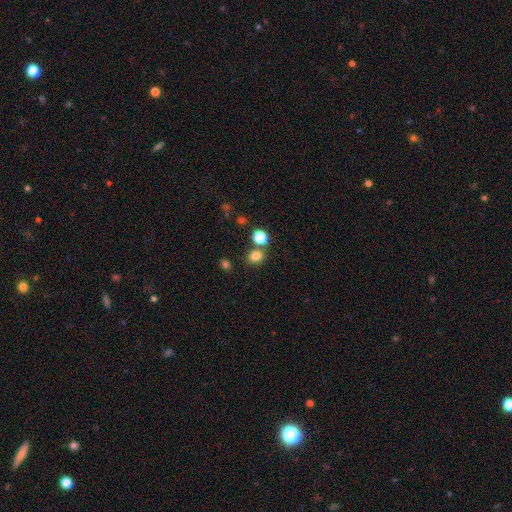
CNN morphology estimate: type=smooth (80%); roundness=round (68%); merging=none (71%).